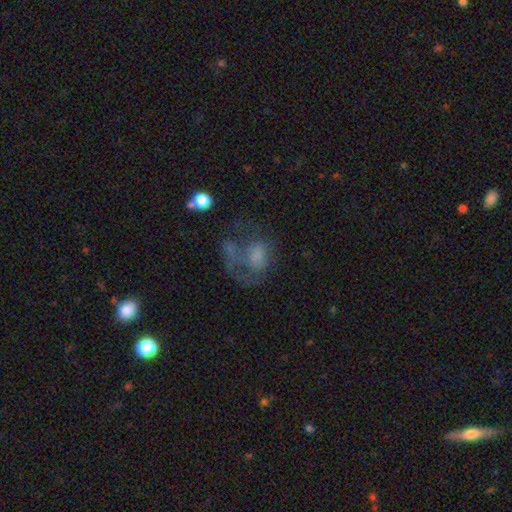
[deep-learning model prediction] Smooth or featured? Predicted: smooth (p=0.45). Merging? Predicted: major disturbance (p=0.47).